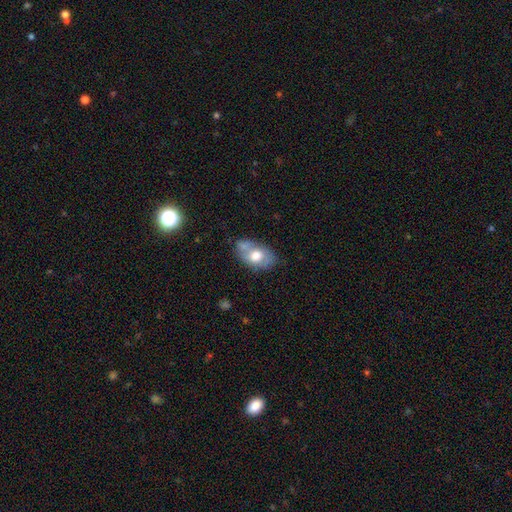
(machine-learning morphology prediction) Smooth or featured?
  - smooth: 58% *
  - featured or disk: 35%
  - star or artifact: 7%
How rounded?
  - in between: 89% *
  - round: 10%
  - cigar-shaped: 2%
Merging?
  - none: 52% *
  - minor disturbance: 28%
  - merger: 11%
  - major disturbance: 9%